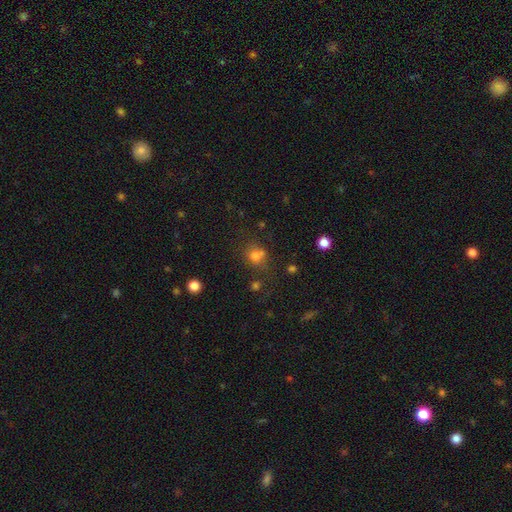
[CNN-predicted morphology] The model was most divided on "merging": none: 55%, merger: 26%, minor disturbance: 14%, major disturbance: 6%. More confident: how rounded — round (77%); smooth or featured — smooth (72%).